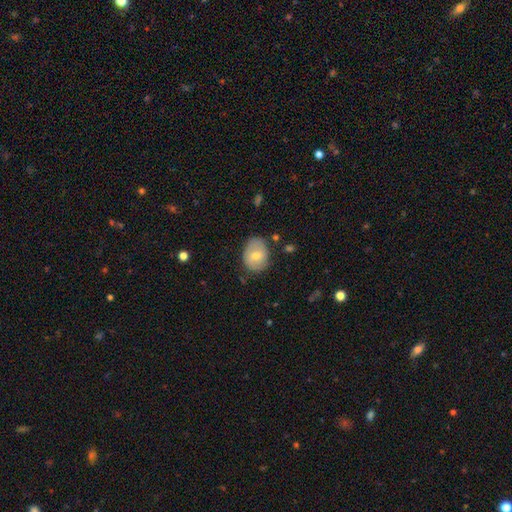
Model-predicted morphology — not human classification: Smooth or featured?
  - smooth: 63% *
  - featured or disk: 29%
  - star or artifact: 8%
How rounded?
  - in between: 56% *
  - round: 43%
  - cigar-shaped: 1%
Merging?
  - none: 74% *
  - minor disturbance: 20%
  - major disturbance: 4%
  - merger: 2%